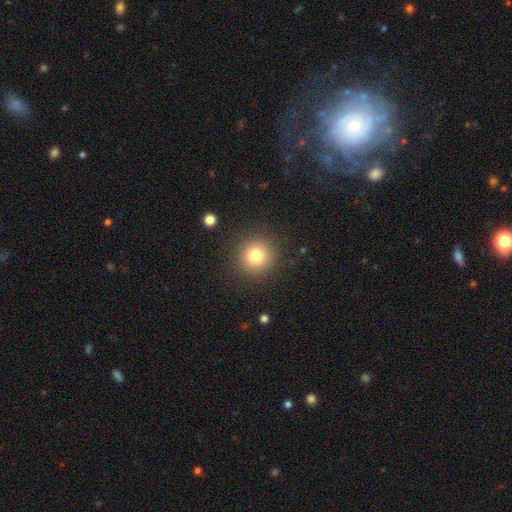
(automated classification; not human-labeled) Smooth or featured? Predicted: smooth (p=0.80). How rounded? Predicted: round (p=0.93). Merging? Predicted: none (p=0.88).